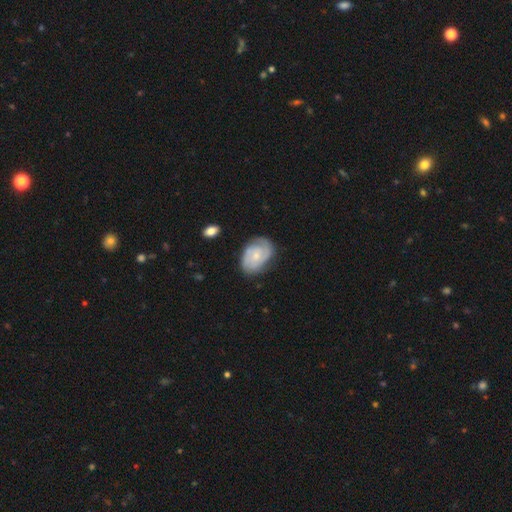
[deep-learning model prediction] The model was most divided on "spiral winding": tight: 51%, medium: 38%, loose: 11%. More confident: edge-on disk — no (97%); spiral arms — yes (92%); merging — none (74%); smooth or featured — featured or disk (72%); bulge size — small (68%); bar — no (66%); spiral arm count — 2 (55%).